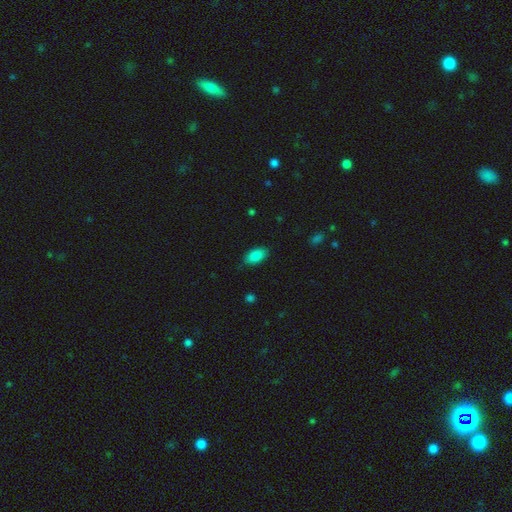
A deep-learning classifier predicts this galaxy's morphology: A smooth galaxy with no disk features (86%) that is in between round and cigar-shaped (93%).

Vote fractions:
- Smooth or featured? smooth: 86% / star or artifact: 8% / featured or disk: 6%
- How rounded? in between: 93% / round: 4% / cigar-shaped: 3%
- Merging? none: 85% / minor disturbance: 11% / major disturbance: 3% / merger: 1%